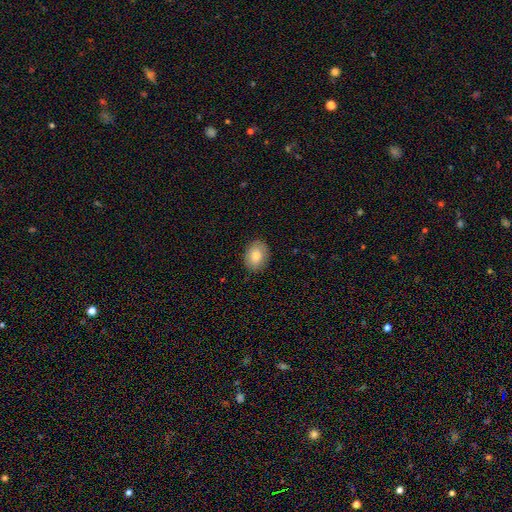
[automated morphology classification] This appears to be a smooth galaxy with no disk features (79%) that is in between round and cigar-shaped (66%). Merging: none (87%).